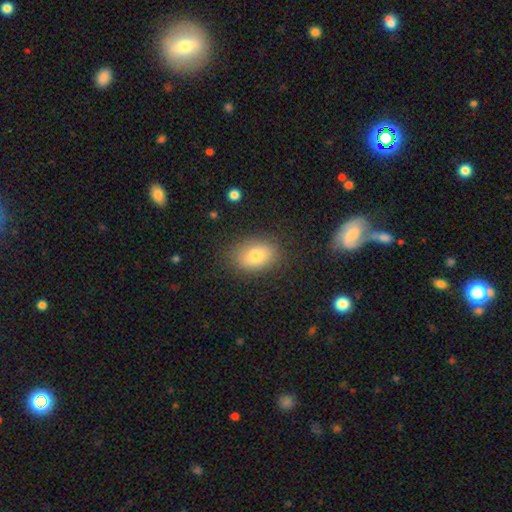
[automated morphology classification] Smooth or featured? smooth (77%)
How rounded? in between (79%)
Merging? none (83%)